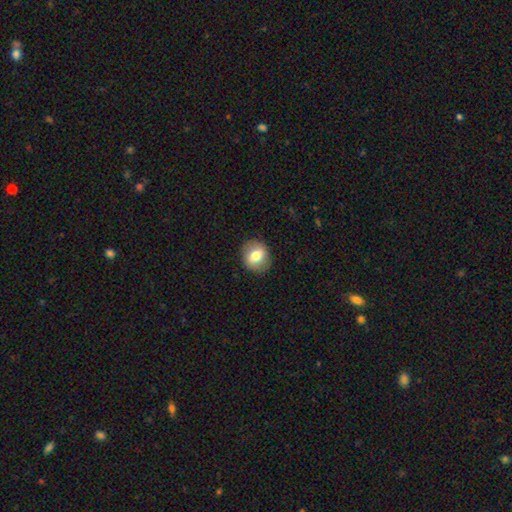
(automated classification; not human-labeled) Smooth or featured: smooth — 69% (featured or disk — 23%)
How rounded: round — 71% (in between — 28%)
Merging: none — 88% (minor disturbance — 8%)